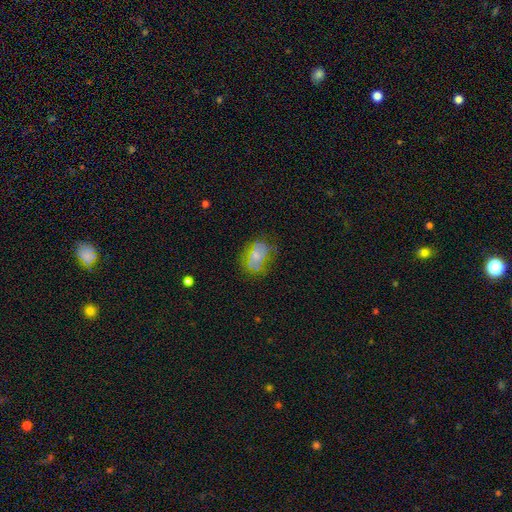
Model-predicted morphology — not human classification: Smooth or featured: smooth — 47% (featured or disk — 42%)
Merging: none — 49% (minor disturbance — 26%)